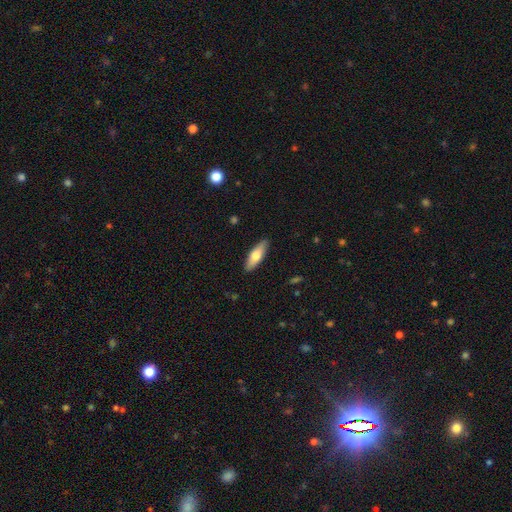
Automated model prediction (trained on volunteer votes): The model was most divided on "how rounded": in between: 50%, cigar-shaped: 48%, round: 2%. More confident: merging — none (90%); smooth or featured — smooth (66%).